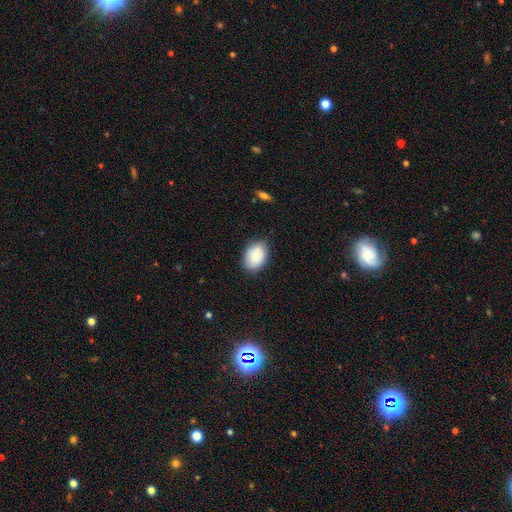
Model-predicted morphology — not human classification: A smooth galaxy with no disk features (86%) that is in between round and cigar-shaped (84%). Merging: none (79%).